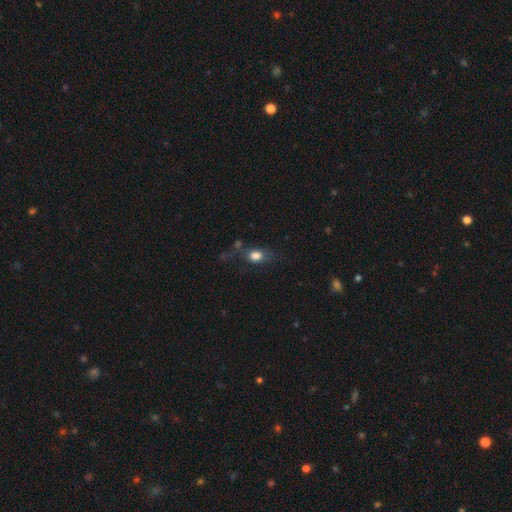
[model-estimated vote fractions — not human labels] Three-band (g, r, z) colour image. It shows a smooth galaxy with no disk features (76%) that is in between round and cigar-shaped (71%). Merging: none (49%).